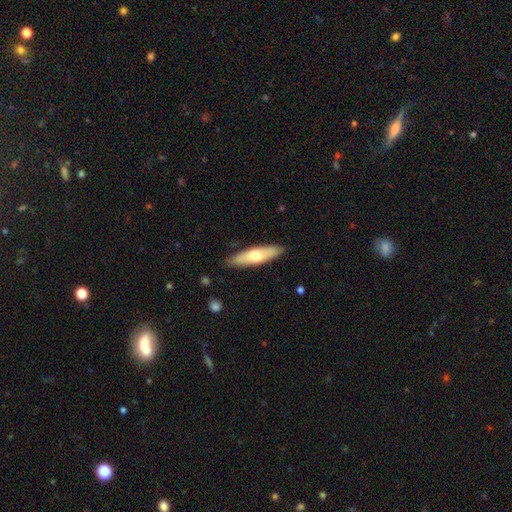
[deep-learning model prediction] Q: Smooth or featured?
A: smooth (61%); runner-up: featured or disk (34%)
Q: How rounded?
A: cigar-shaped (63%); runner-up: in between (35%)
Q: Merging?
A: none (87%); runner-up: minor disturbance (10%)